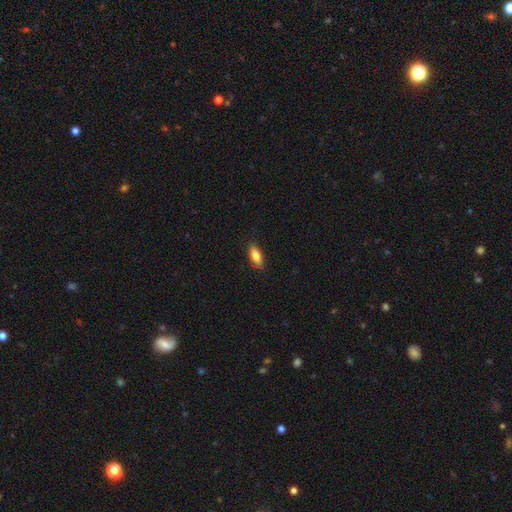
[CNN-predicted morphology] Smooth or featured? smooth (80%)
How rounded? in between (77%)
Merging? none (84%)